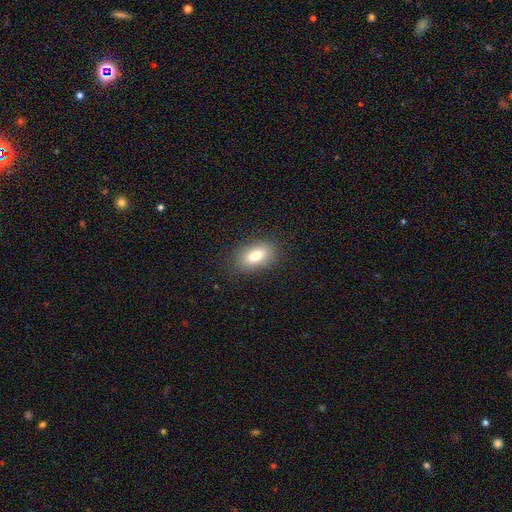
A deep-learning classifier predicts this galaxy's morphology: Q: Smooth or featured?
A: smooth (80%); runner-up: featured or disk (11%)
Q: How rounded?
A: in between (89%); runner-up: round (7%)
Q: Merging?
A: none (86%); runner-up: minor disturbance (10%)